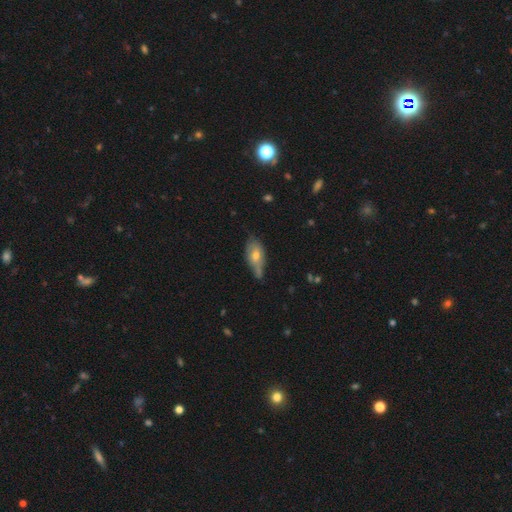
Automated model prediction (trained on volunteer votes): smooth 55%, featured or disk 37%, star or artifact 8%. Down the decision tree: how rounded — in between (82%); merging — none (46%).